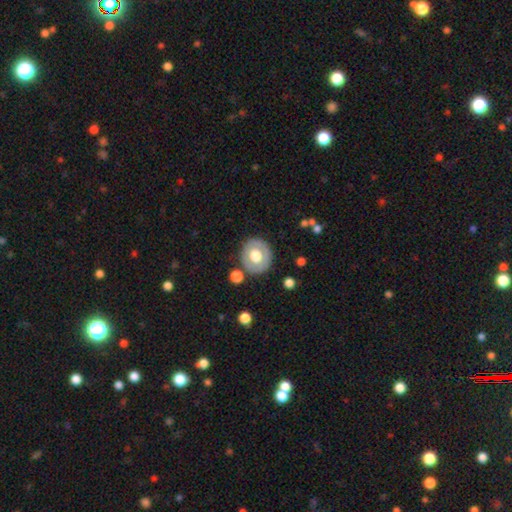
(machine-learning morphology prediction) A smooth galaxy with no disk features (53%) that is round (78%).

Vote fractions:
- Smooth or featured? smooth: 53% / featured or disk: 40% / star or artifact: 7%
- How rounded? round: 78% / in between: 21% / cigar-shaped: 1%
- Merging? none: 81% / minor disturbance: 11% / major disturbance: 4% / merger: 4%